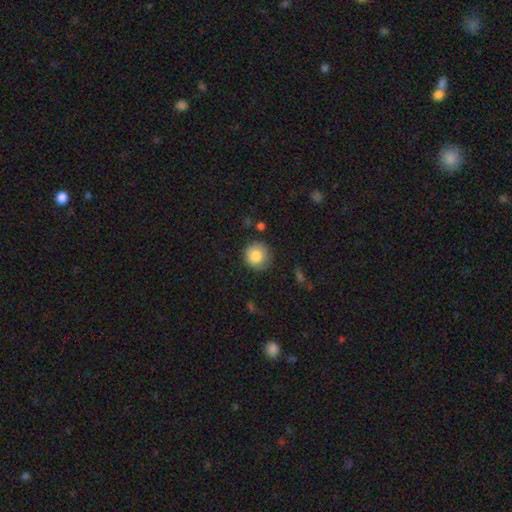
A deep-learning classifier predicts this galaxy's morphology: Smooth or featured? smooth (82%)
How rounded? round (93%)
Merging? none (81%)